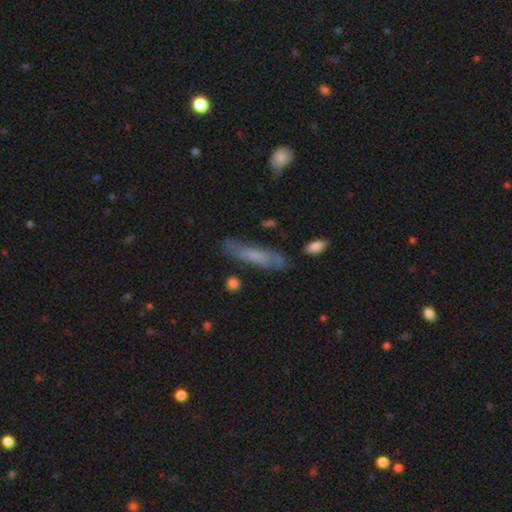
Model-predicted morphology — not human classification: smooth-or-featured: smooth: 47% | featured or disk: 44% | star or artifact: 9%
  merging: none: 74% | minor disturbance: 18% | major disturbance: 5% | merger: 3%